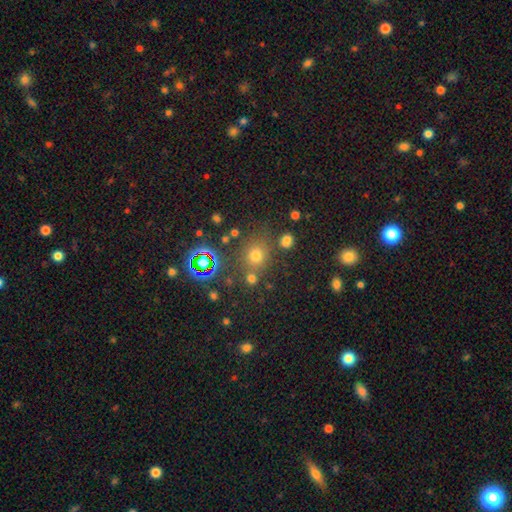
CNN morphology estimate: Smooth or featured?
  - smooth: 64% *
  - star or artifact: 28%
  - featured or disk: 8%
How rounded?
  - round: 81% *
  - in between: 18%
  - cigar-shaped: 1%
Merging?
  - none: 73% *
  - minor disturbance: 12%
  - merger: 11%
  - major disturbance: 5%